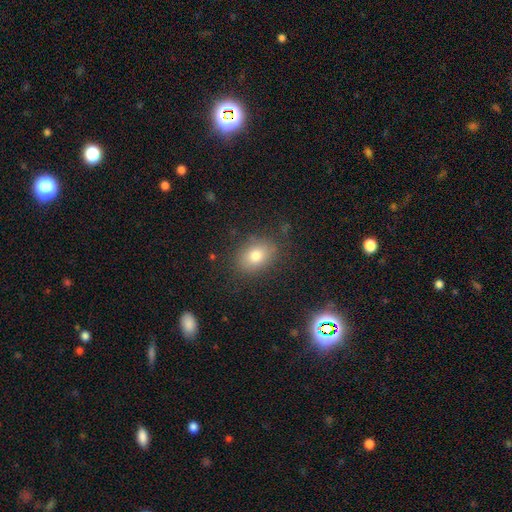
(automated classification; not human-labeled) A smooth galaxy with no disk features (79%) that is in between round and cigar-shaped (67%). Merging: none (81%).